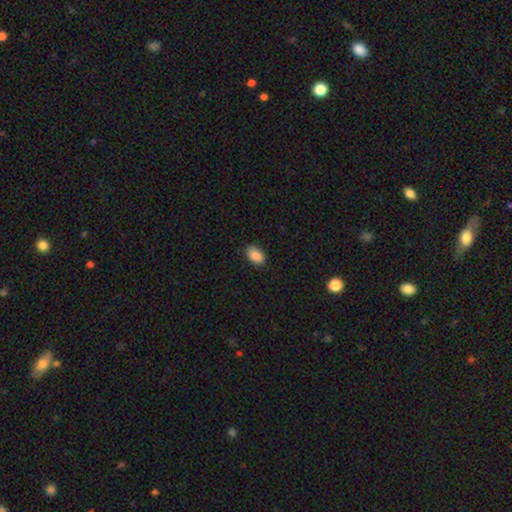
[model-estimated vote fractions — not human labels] Overall: smooth (88%). How rounded: in between (89%). Merging: none (85%).